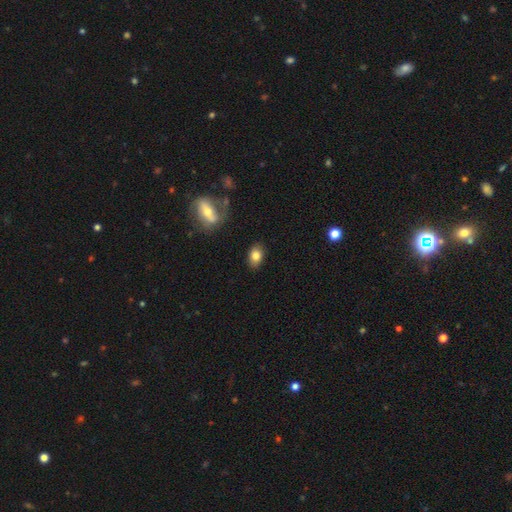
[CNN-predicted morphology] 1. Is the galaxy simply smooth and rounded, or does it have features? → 81% smooth, 11% featured or disk, 9% star or artifact.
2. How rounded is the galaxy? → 82% in between, 17% round, 2% cigar-shaped.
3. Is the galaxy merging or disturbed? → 85% none, 11% minor disturbance, 2% major disturbance, 2% merger.